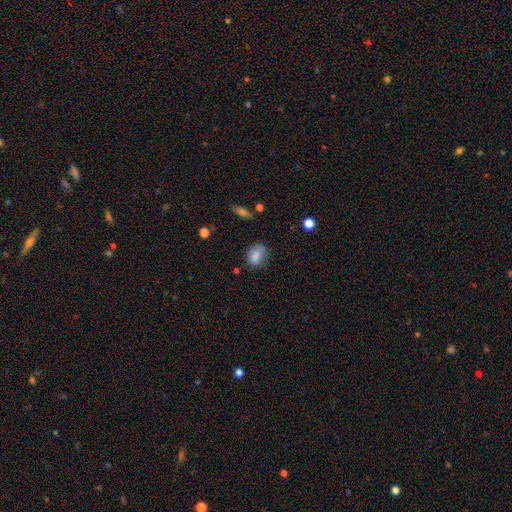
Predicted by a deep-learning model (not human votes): Smooth or featured: smooth — 82% (star or artifact — 9%)
How rounded: in between — 71% (round — 28%)
Merging: none — 63% (minor disturbance — 27%)